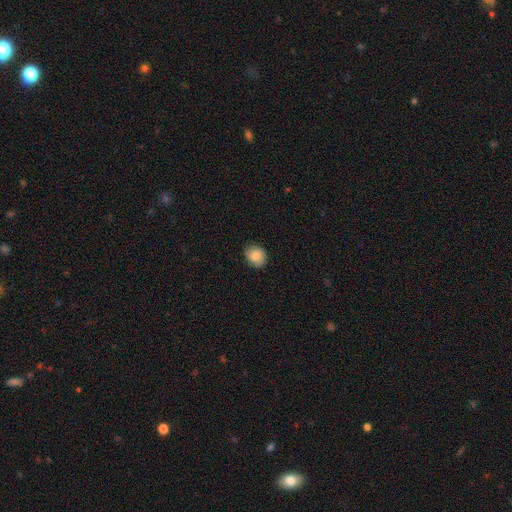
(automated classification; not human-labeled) Morphology: type=smooth (80%); roundness=round (66%); merging=none (80%).